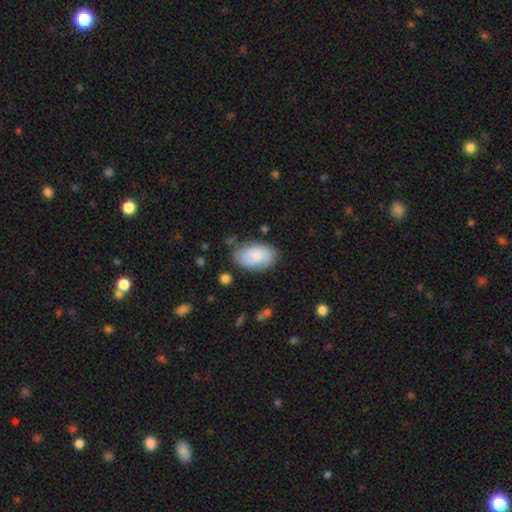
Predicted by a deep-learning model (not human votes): A smooth galaxy with no disk features (74%) that is in between round and cigar-shaped (92%). Merging: none (68%).